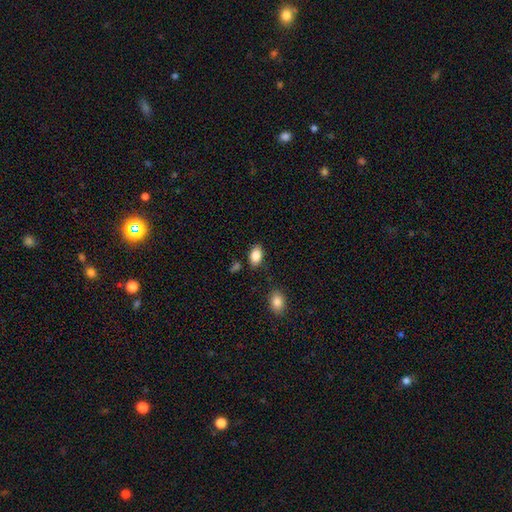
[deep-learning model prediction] The model was most divided on "merging": none: 83%, minor disturbance: 11%, merger: 3%, major disturbance: 3%. More confident: how rounded — in between (90%); smooth or featured — smooth (85%).